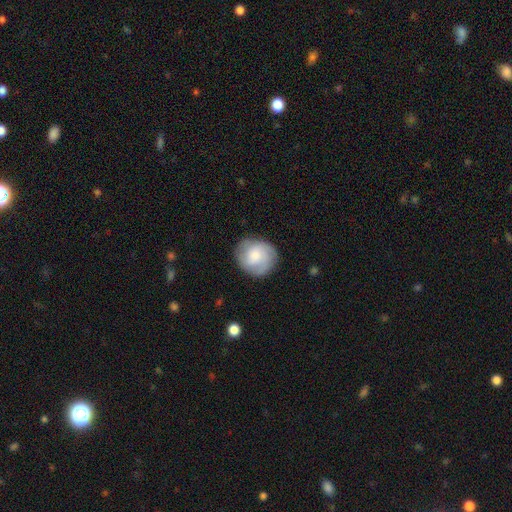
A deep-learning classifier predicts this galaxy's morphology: Overall: smooth (48%; featured or disk 45%). Merging: none (80%).